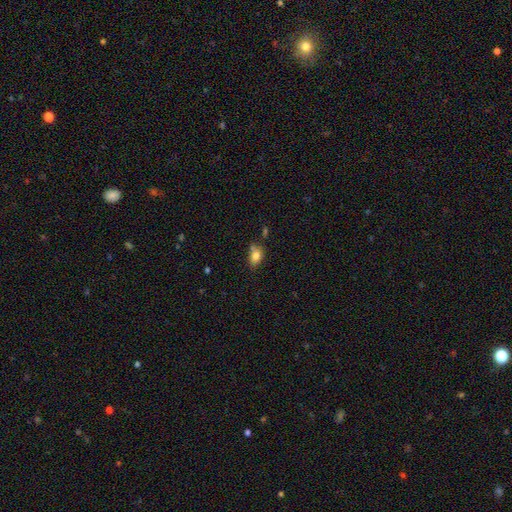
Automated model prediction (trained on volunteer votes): smooth_or_featured: smooth (p=0.80) [alt: star or artifact p=0.10]
how_rounded: in between (p=0.81) [alt: round p=0.17]
merging: none (p=0.53) [alt: minor disturbance p=0.25]